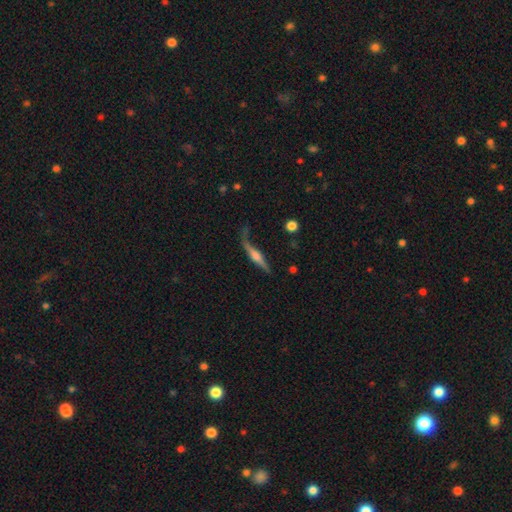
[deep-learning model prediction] Smooth or featured?
  - featured or disk: 72% *
  - smooth: 22%
  - star or artifact: 6%
Edge-on disk?
  - yes: 90% *
  - no: 10%
Edge-on bulge?
  - rounded: 80% *
  - boxy: 13%
  - none: 7%
Merging?
  - none: 56% *
  - minor disturbance: 26%
  - major disturbance: 14%
  - merger: 5%